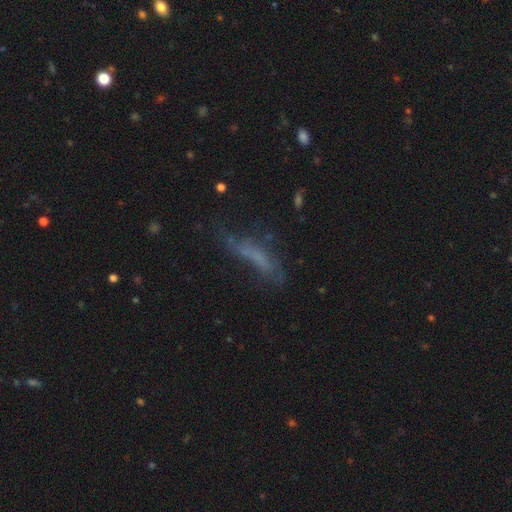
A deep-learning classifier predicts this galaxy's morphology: Overall: smooth (46%; featured or disk 36%). Merging: none (41%; major disturbance 28%).